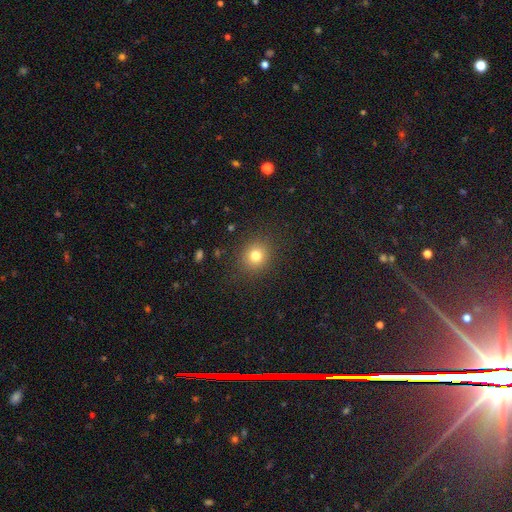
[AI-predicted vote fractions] A smooth galaxy with no disk features (79%) that is round (84%).

Vote fractions:
- Smooth or featured? smooth: 79% / star or artifact: 14% / featured or disk: 8%
- How rounded? round: 84% / in between: 15% / cigar-shaped: 1%
- Merging? none: 88% / minor disturbance: 8% / major disturbance: 3% / merger: 1%